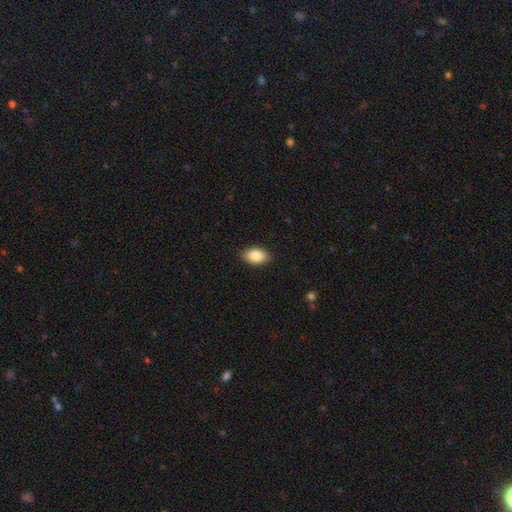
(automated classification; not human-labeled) Smooth or featured? smooth (85%)
How rounded? in between (90%)
Merging? none (88%)